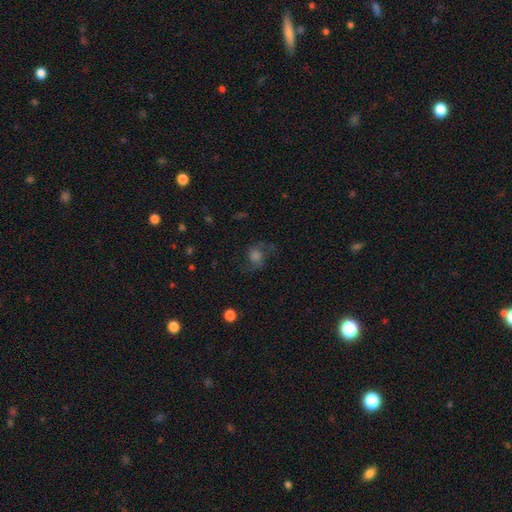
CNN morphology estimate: Smooth or featured: featured or disk — 53% (smooth — 28%)
Edge-on disk: no — 96% (yes — 4%)
Bar: no — 69% (weak — 26%)
Spiral arms: yes — 89% (no — 11%)
Bulge size: moderate — 35% (large — 26%)
Merging: none — 67% (minor disturbance — 16%)